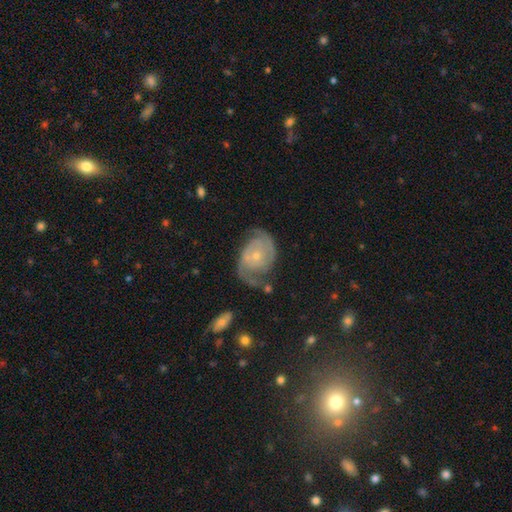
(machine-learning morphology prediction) Smooth or featured: featured or disk — 82% (smooth — 12%)
Edge-on disk: no — 97% (yes — 3%)
Bar: no — 74% (weak — 21%)
Spiral arms: yes — 93% (no — 7%)
Spiral winding: tight — 42% (medium — 40%)
Spiral arm count: 2 — 78% (can't tell — 10%)
Bulge size: small — 69% (moderate — 26%)
Merging: none — 58% (minor disturbance — 23%)